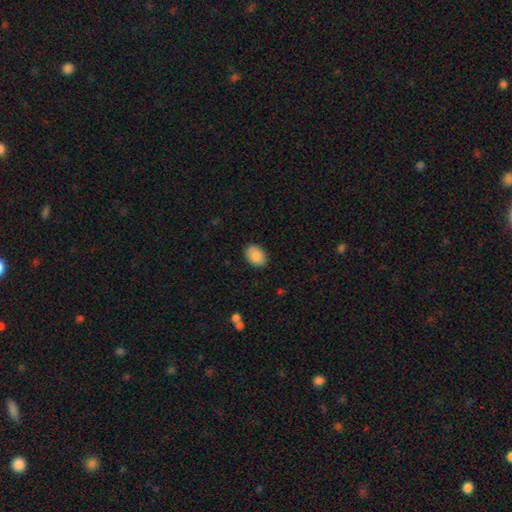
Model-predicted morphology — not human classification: Q: Smooth or featured?
A: smooth (87%); runner-up: star or artifact (7%)
Q: How rounded?
A: in between (79%); runner-up: round (20%)
Q: Merging?
A: none (88%); runner-up: minor disturbance (9%)